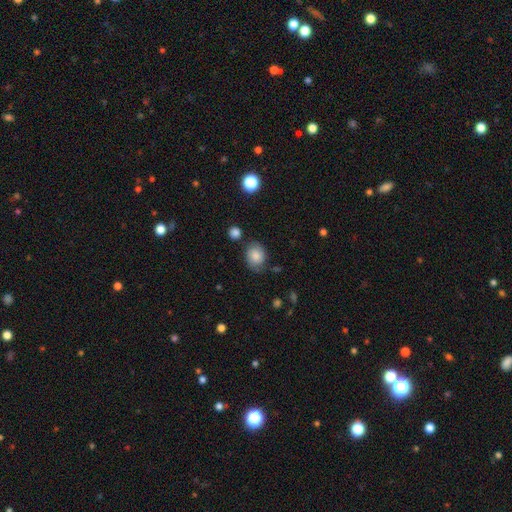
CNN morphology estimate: smooth_or_featured: smooth (p=0.64) [alt: featured or disk p=0.25]
how_rounded: in between (p=0.50) [alt: round p=0.49]
merging: none (p=0.71) [alt: minor disturbance p=0.19]